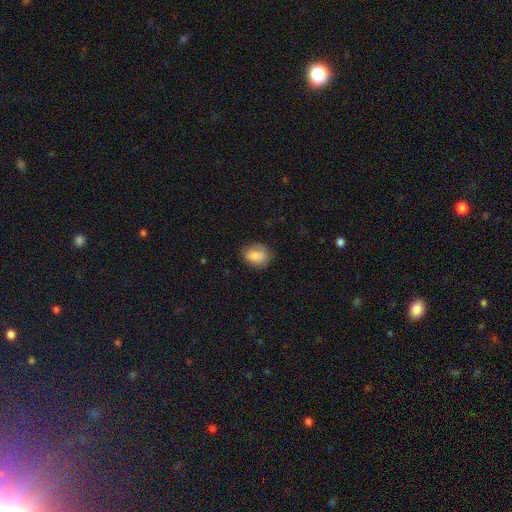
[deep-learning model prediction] Smooth or featured? smooth (78%)
How rounded? round (51%)
Merging? none (72%)